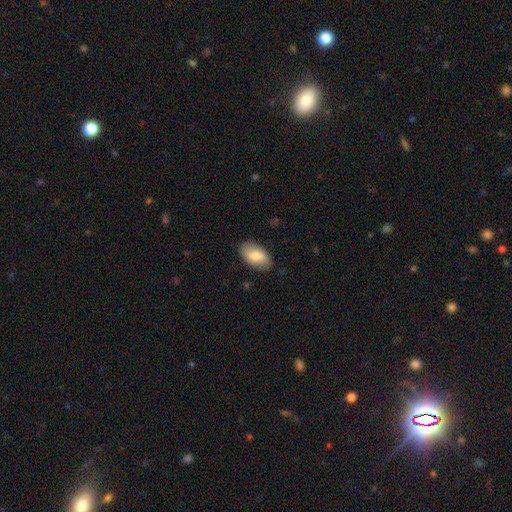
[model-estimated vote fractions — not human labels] Smooth or featured? Predicted: smooth (p=0.81). How rounded? Predicted: in between (p=0.95). Merging? Predicted: none (p=0.84).